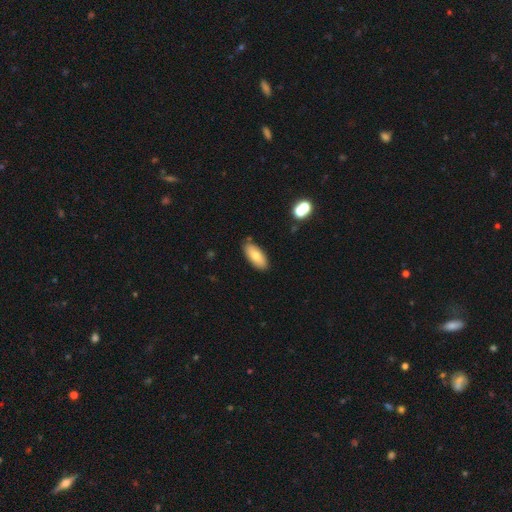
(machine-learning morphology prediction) Smooth or featured? smooth (76%)
How rounded? in between (83%)
Merging? none (85%)